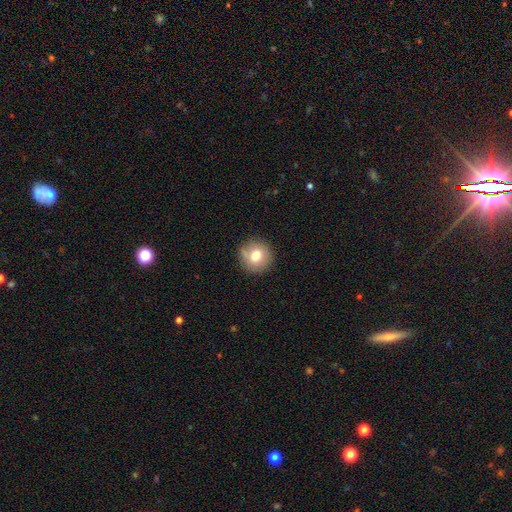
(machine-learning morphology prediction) The model was most divided on "smooth or featured": smooth: 75%, featured or disk: 16%, star or artifact: 10%. More confident: how rounded — round (92%); merging — none (85%).